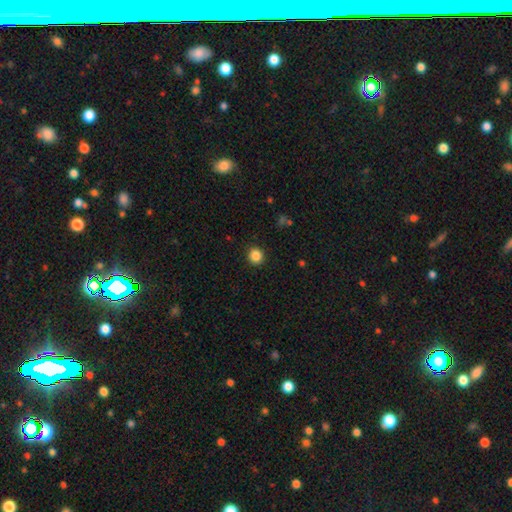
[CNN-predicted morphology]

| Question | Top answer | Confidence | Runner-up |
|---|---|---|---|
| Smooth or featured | smooth | 86% | star or artifact (11%) |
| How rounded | round | 91% | in between (8%) |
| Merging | none | 92% | minor disturbance (5%) |